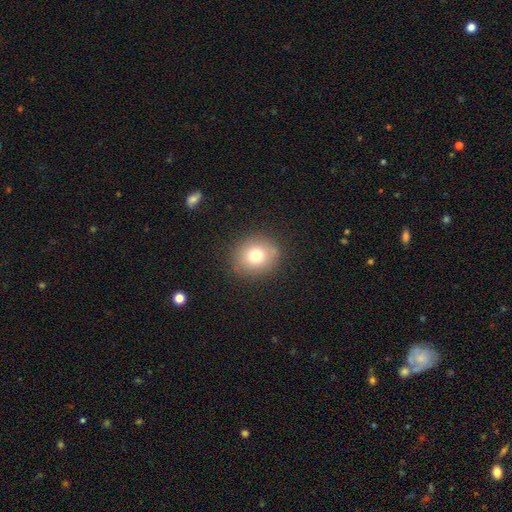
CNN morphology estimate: This is likely a smooth galaxy (76%). How rounded: likely round (79%). Merging: clearly none (86%).